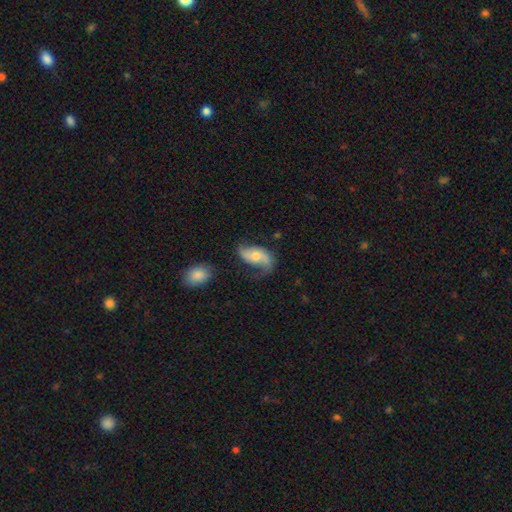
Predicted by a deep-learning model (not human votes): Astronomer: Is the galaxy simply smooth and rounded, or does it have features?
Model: featured or disk — 64%.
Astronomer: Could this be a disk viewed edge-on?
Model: no — 95%.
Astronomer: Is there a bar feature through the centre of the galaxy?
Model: no — 59%.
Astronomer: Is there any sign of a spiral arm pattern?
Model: yes — 88%.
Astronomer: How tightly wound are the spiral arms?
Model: loose — 66%.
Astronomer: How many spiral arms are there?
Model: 2 — 77%.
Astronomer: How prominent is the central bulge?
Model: moderate — 61%.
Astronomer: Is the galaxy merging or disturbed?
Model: none — 51% (runner-up: minor disturbance, 28%).